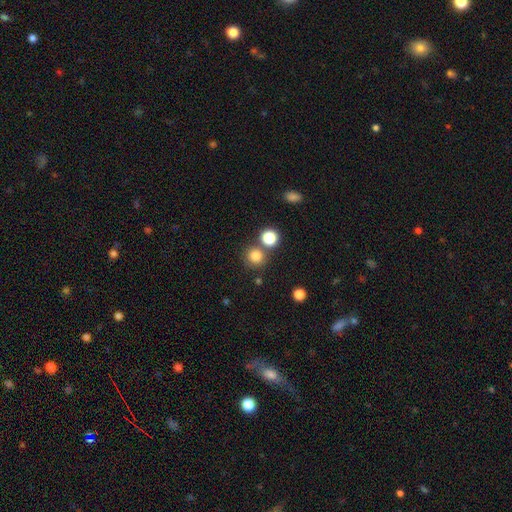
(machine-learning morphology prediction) Overall: smooth (81%). How rounded: round (91%). Merging: none (71%).